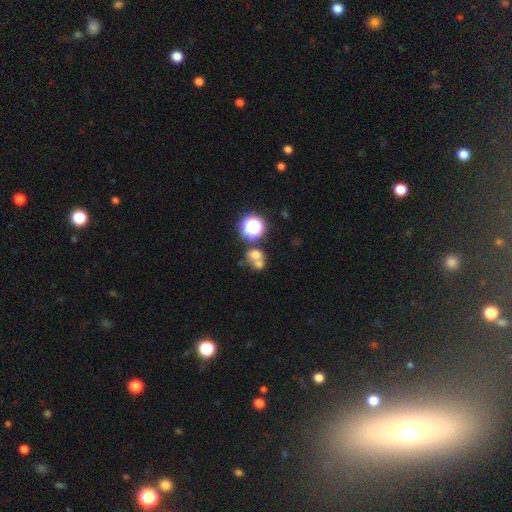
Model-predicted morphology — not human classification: This appears to be a smooth galaxy with no disk features (62%) that is round (67%). Merging: merger (53%).